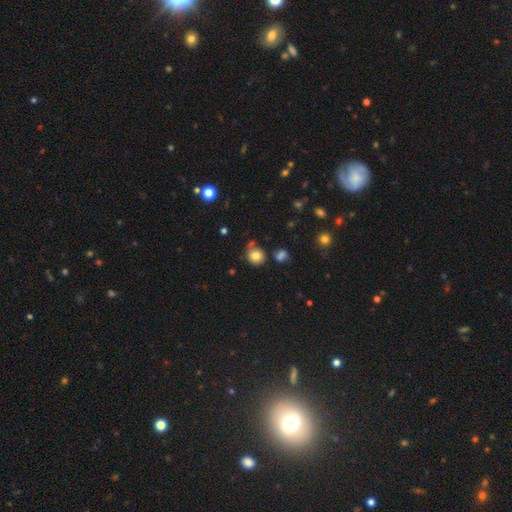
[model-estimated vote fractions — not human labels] Overall: smooth (79%). How rounded: round (81%). Merging: none (67%).